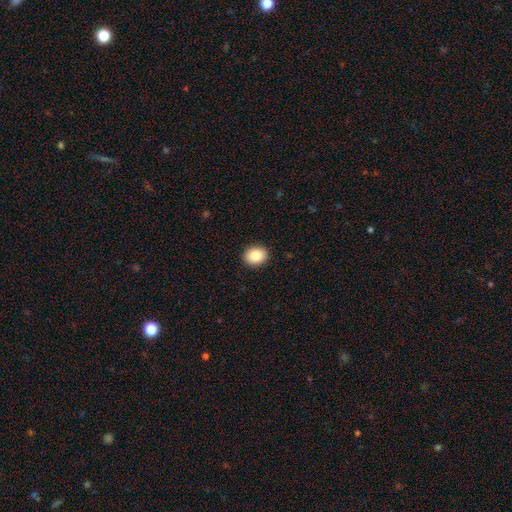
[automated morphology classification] type=smooth (87%); roundness=round (50%); merging=none (91%).